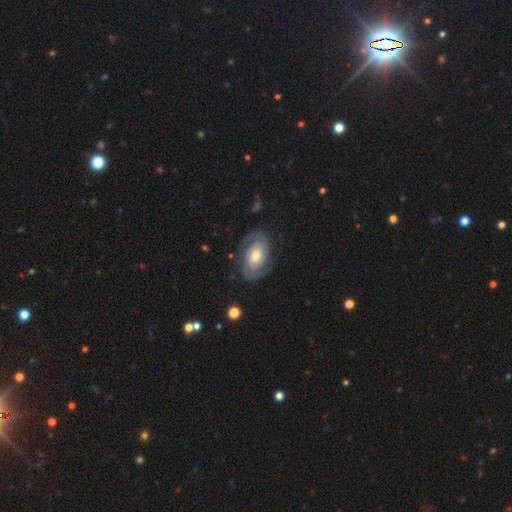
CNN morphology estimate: Q: Smooth or featured?
A: featured or disk (80%); runner-up: smooth (15%)
Q: Edge-on disk?
A: no (96%); runner-up: yes (4%)
Q: Bar?
A: no (68%); runner-up: weak (24%)
Q: Spiral arms?
A: yes (90%); runner-up: no (10%)
Q: Spiral winding?
A: tight (57%); runner-up: medium (32%)
Q: Spiral arm count?
A: 2 (85%); runner-up: can't tell (9%)
Q: Bulge size?
A: moderate (63%); runner-up: small (26%)
Q: Merging?
A: none (78%); runner-up: minor disturbance (14%)